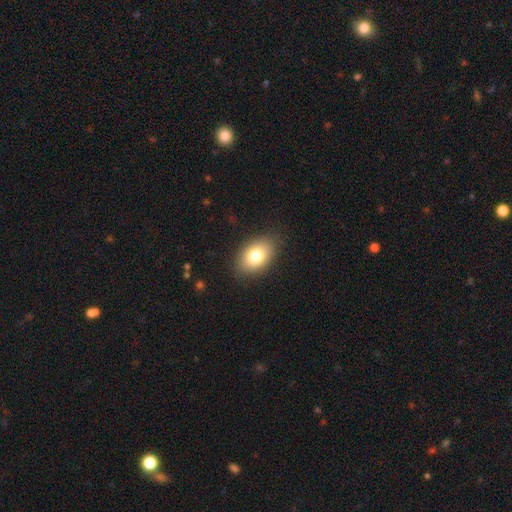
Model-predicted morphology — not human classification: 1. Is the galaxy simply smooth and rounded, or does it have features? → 78% smooth, 13% featured or disk, 9% star or artifact.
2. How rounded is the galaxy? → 85% in between, 14% round, 1% cigar-shaped.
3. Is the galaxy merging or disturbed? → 85% none, 11% minor disturbance, 3% major disturbance, 1% merger.